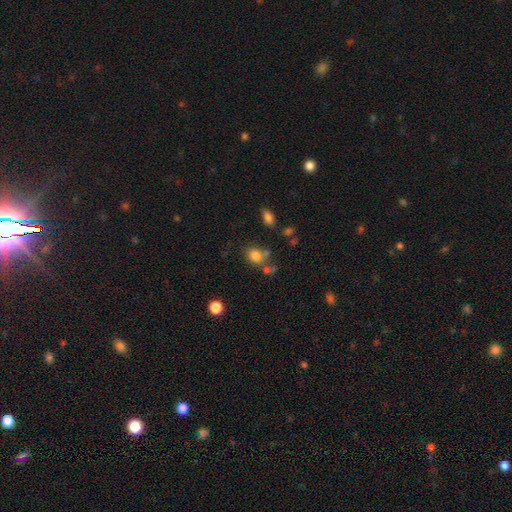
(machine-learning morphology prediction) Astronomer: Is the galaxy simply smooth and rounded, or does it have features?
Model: smooth — 79%.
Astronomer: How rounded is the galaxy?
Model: round — 58% (runner-up: in between, 41%).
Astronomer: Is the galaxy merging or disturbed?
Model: none — 60%.